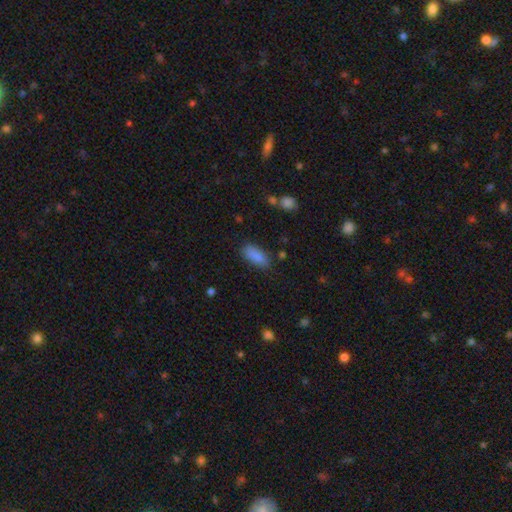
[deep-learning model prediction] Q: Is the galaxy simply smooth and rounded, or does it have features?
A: smooth — 87%.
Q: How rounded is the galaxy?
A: in between — 76%.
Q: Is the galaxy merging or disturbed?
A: none — 78%.